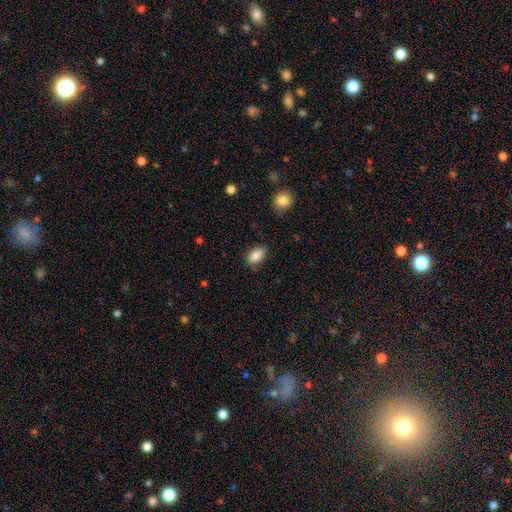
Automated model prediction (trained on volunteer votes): A smooth galaxy with no disk features (86%) that is in between round and cigar-shaped (91%).

Vote fractions:
- Smooth or featured? smooth: 86% / star or artifact: 8% / featured or disk: 6%
- How rounded? in between: 91% / round: 6% / cigar-shaped: 3%
- Merging? none: 80% / minor disturbance: 15% / major disturbance: 3% / merger: 2%